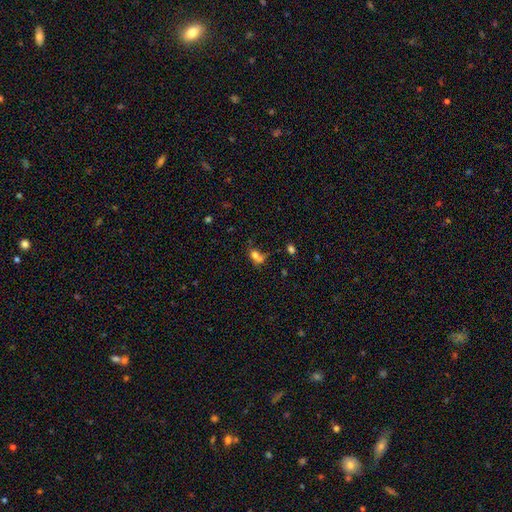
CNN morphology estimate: smooth_or_featured: smooth (p=0.68) [alt: star or artifact p=0.16]
how_rounded: round (p=0.49) [alt: in between p=0.48]
merging: merger (p=0.49) [alt: none p=0.28]